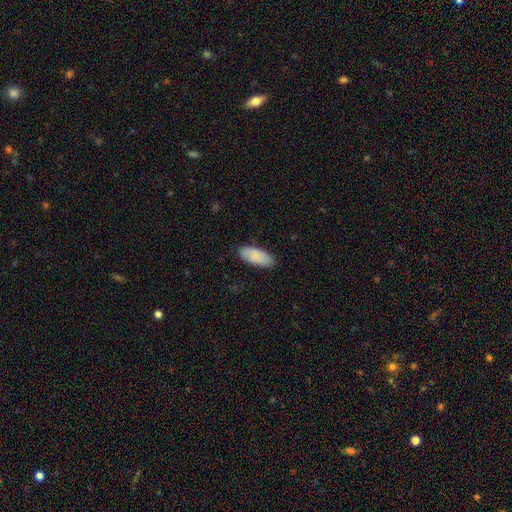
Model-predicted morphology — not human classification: Smooth or featured? smooth (86%)
How rounded? in between (84%)
Merging? none (83%)